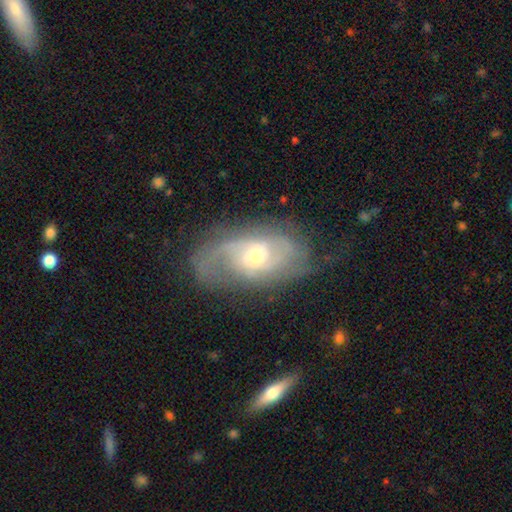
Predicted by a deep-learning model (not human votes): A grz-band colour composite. It shows a featured or disk galaxy (80%) with no bar (62%), 2 (49%) medium (41%) spiral arms (92%) and a small central bulge (50%). Merging: none (63%).